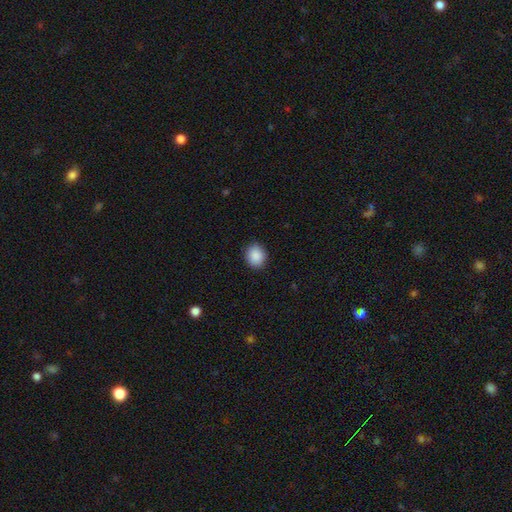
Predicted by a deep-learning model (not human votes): Overall: smooth (89%). How rounded: round (64%; in between 35%). Merging: none (89%).